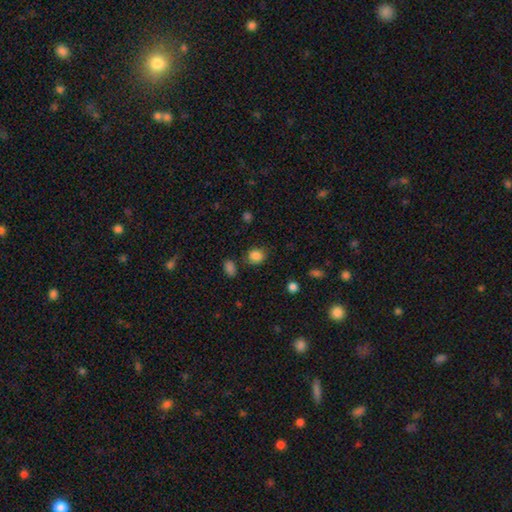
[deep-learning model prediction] Smooth or featured? Predicted: smooth (p=0.85). How rounded? Predicted: round (p=0.70). Merging? Predicted: none (p=0.78).